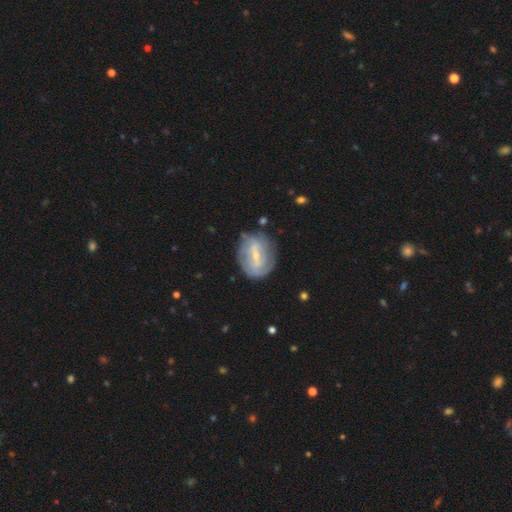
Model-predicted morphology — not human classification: Smooth or featured: featured or disk — 68% (smooth — 25%)
Edge-on disk: no — 95% (yes — 5%)
Bar: weak — 48% (strong — 32%)
Spiral arms: yes — 66% (no — 34%)
Bulge size: small — 65% (moderate — 27%)
Merging: none — 69% (minor disturbance — 20%)